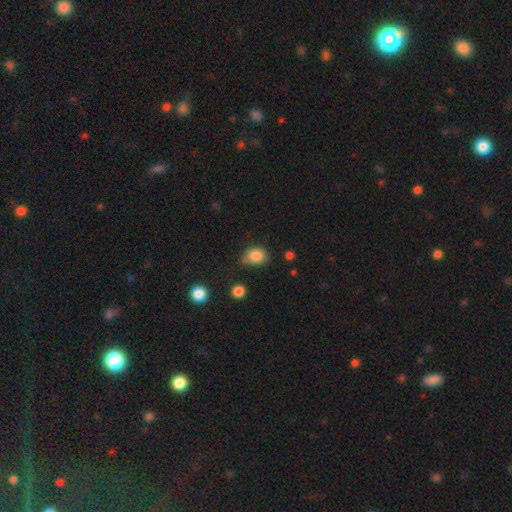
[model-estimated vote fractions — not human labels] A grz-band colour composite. It shows a smooth galaxy with no disk features (85%) that is round (53%). Merging: none (63%).